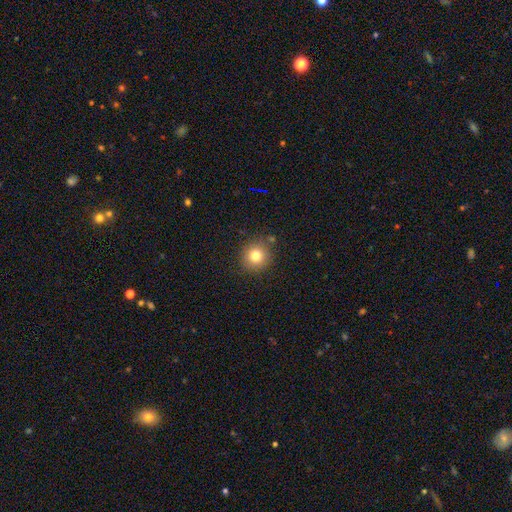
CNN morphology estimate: Overall: smooth (79%). How rounded: round (92%). Merging: none (85%).